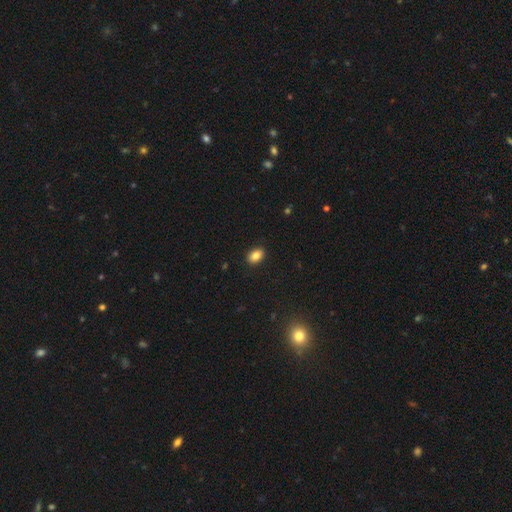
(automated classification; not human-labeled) Smooth or featured? smooth (85%)
How rounded? in between (84%)
Merging? none (89%)